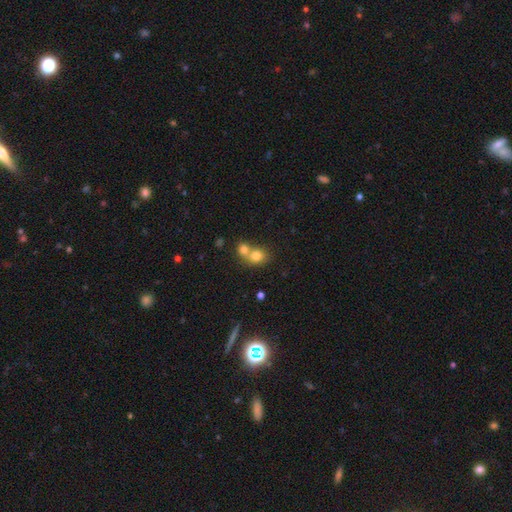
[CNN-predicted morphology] Smooth or featured? Predicted: smooth (p=0.76). How rounded? Predicted: round (p=0.67). Merging? Predicted: merger (p=0.61).